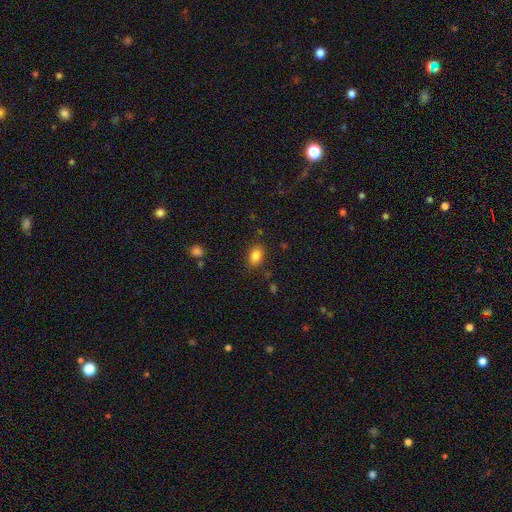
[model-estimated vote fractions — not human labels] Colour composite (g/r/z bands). It shows a smooth galaxy with no disk features (85%) that is in between round and cigar-shaped (83%). Merging: none (84%).